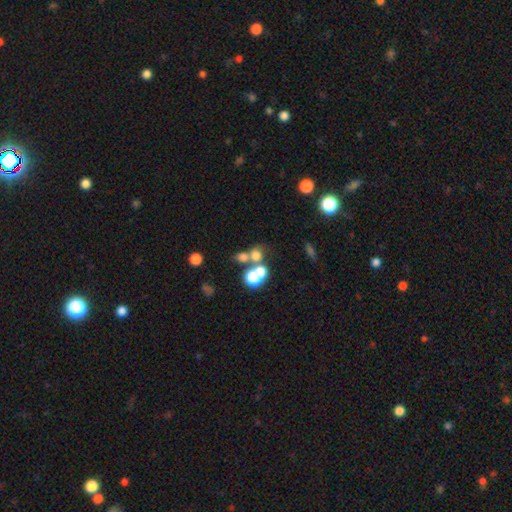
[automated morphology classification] Q: Smooth or featured?
A: smooth (63%); runner-up: featured or disk (19%)
Q: How rounded?
A: round (73%); runner-up: in between (26%)
Q: Merging?
A: merger (47%); runner-up: none (37%)